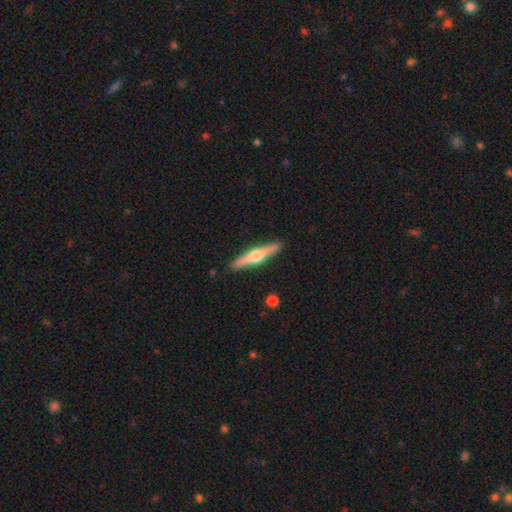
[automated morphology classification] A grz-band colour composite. It shows a featured or disk galaxy (61%) viewed edge-on (97%) with a rounded central bulge (92%). Merging: none (90%).